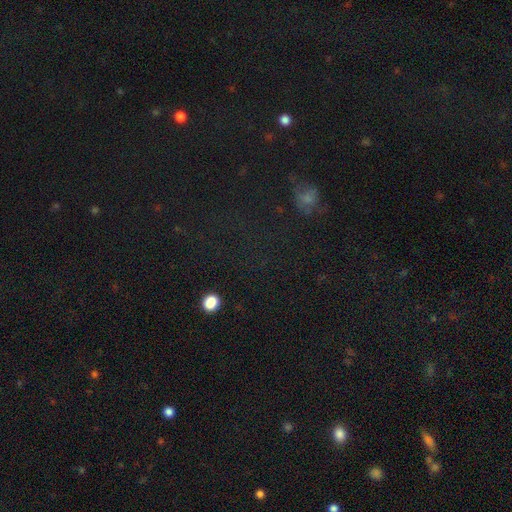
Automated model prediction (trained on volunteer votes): Overall: star or artifact (68%).